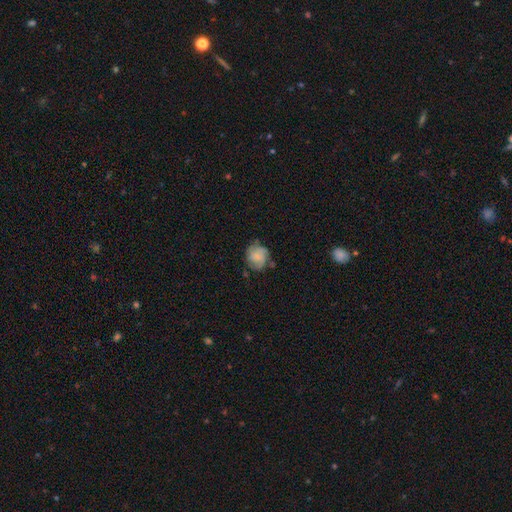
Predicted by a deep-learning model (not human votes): Q: Smooth or featured?
A: featured or disk (48%); runner-up: smooth (43%)
Q: Merging?
A: none (63%); runner-up: minor disturbance (24%)